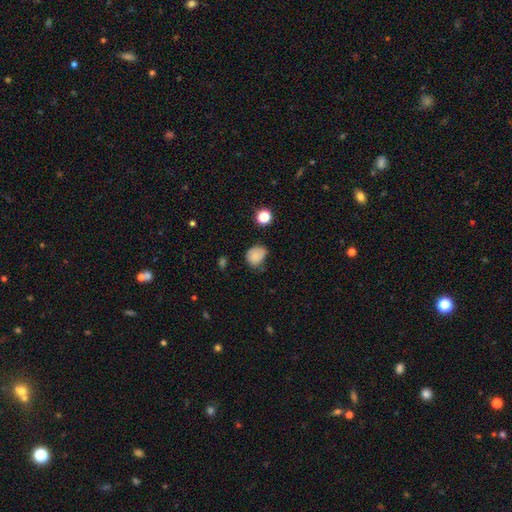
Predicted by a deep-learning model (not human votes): This is clearly a smooth galaxy (81%). How rounded: possibly round (58%). Merging: possibly none (53%).